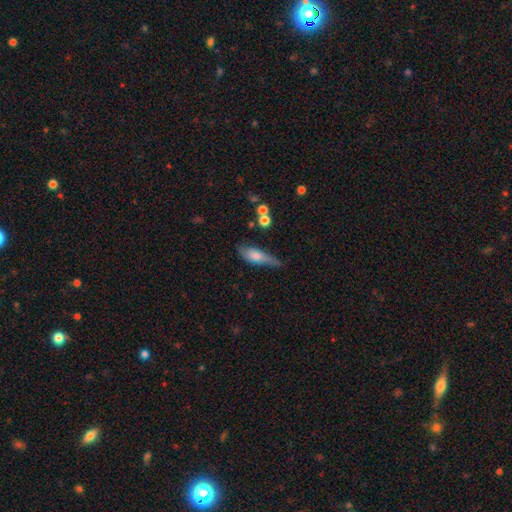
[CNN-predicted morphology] smooth 65%, featured or disk 27%, star or artifact 7%. Down the decision tree: how rounded — in between (55%); merging — none (40%).